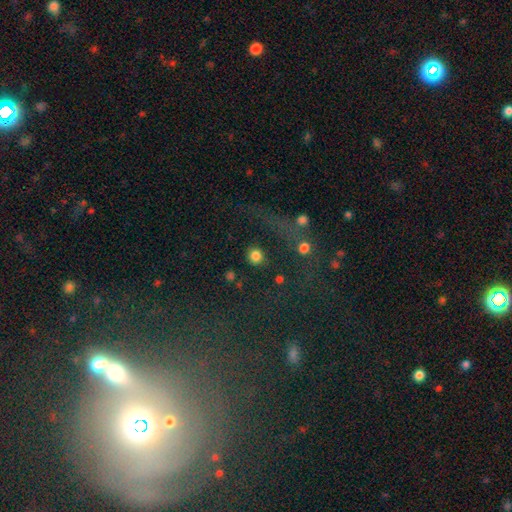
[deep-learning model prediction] A smooth galaxy with no disk features (83%) that is round (91%). Merging: none (82%).